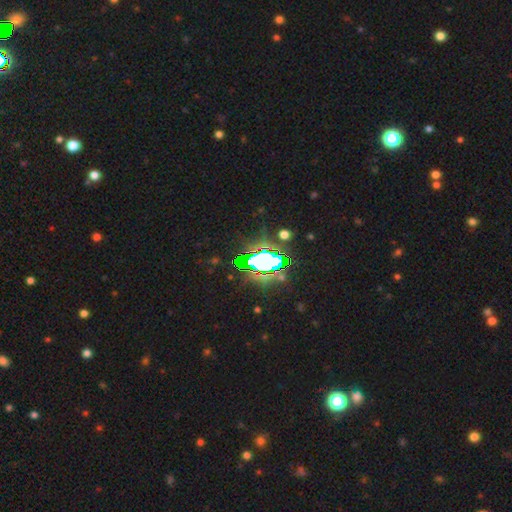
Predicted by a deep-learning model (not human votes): Smooth or featured: star or artifact — 67% (smooth — 19%)